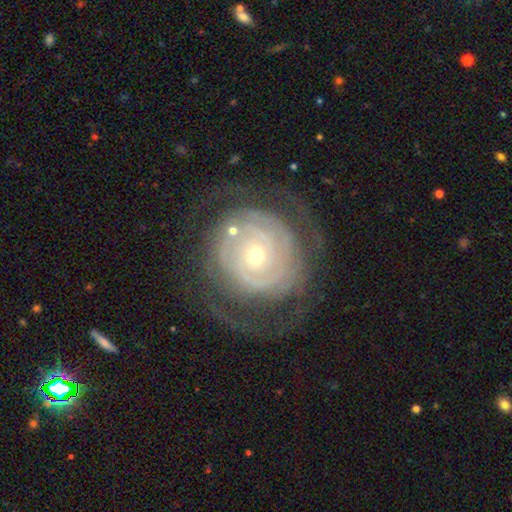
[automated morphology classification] Smooth or featured? featured or disk (85%)
Edge-on disk? no (97%)
Bar? no (74%)
Spiral arms? yes (91%)
Spiral winding? tight (80%)
Spiral arm count? can't tell (38%)
Bulge size? small (57%)
Merging? none (70%)